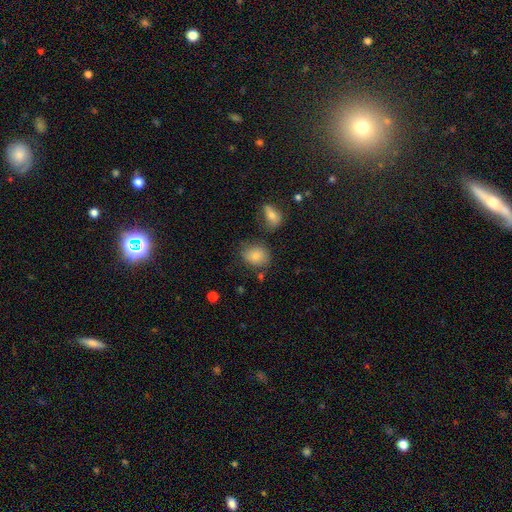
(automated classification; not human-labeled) Smooth or featured: smooth — 80% (star or artifact — 10%)
How rounded: round — 53% (in between — 46%)
Merging: none — 67% (minor disturbance — 18%)